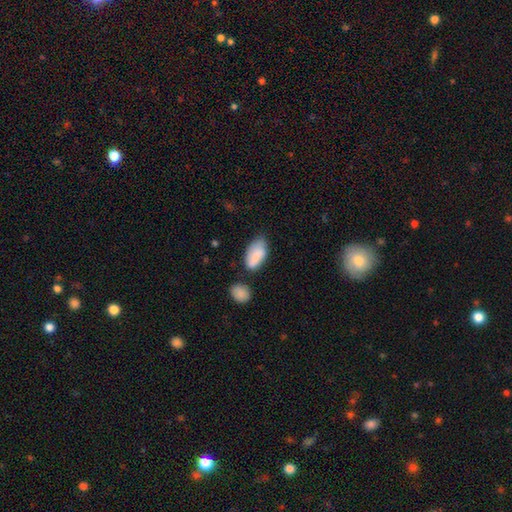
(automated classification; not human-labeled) Smooth or featured?
  - smooth: 82% *
  - featured or disk: 11%
  - star or artifact: 7%
How rounded?
  - in between: 93% *
  - round: 3%
  - cigar-shaped: 3%
Merging?
  - none: 51% *
  - minor disturbance: 27%
  - merger: 14%
  - major disturbance: 8%